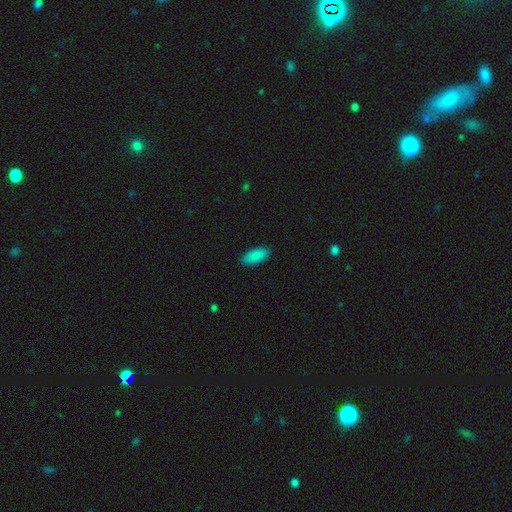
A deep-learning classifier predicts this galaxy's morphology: Smooth or featured? Predicted: smooth (p=0.89). How rounded? Predicted: in between (p=0.88). Merging? Predicted: none (p=0.88).